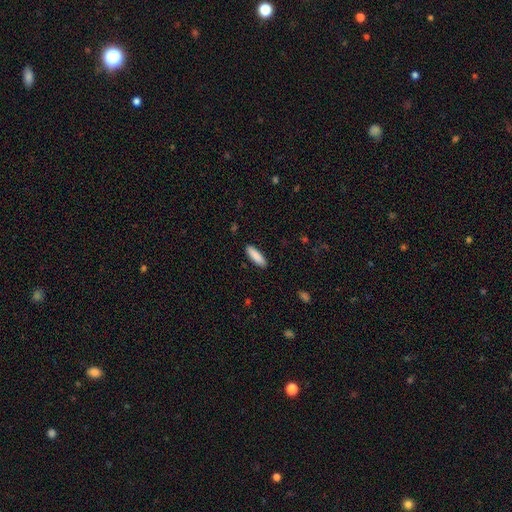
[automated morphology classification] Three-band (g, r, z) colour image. It shows a smooth galaxy with no disk features (89%) that is cigar-shaped (55%). Merging: none (90%).